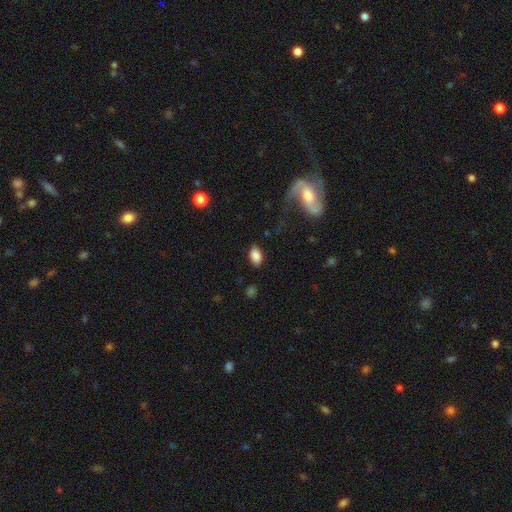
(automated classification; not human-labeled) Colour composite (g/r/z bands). It shows a smooth galaxy with no disk features (86%) that is in between round and cigar-shaped (91%). Merging: none (82%).